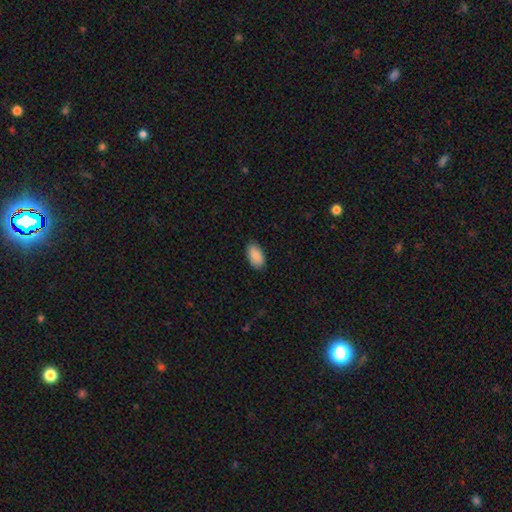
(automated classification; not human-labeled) Morphology: type=smooth (90%); roundness=in between (95%); merging=none (86%).